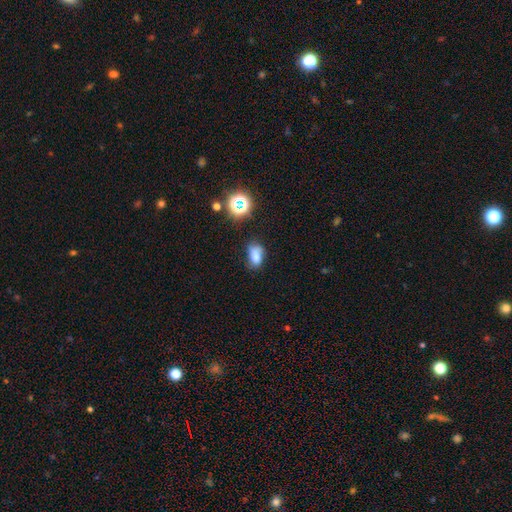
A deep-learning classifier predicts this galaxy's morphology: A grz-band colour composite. It shows a smooth galaxy with no disk features (72%) that is in between round and cigar-shaped (84%). Merging: none (53%).